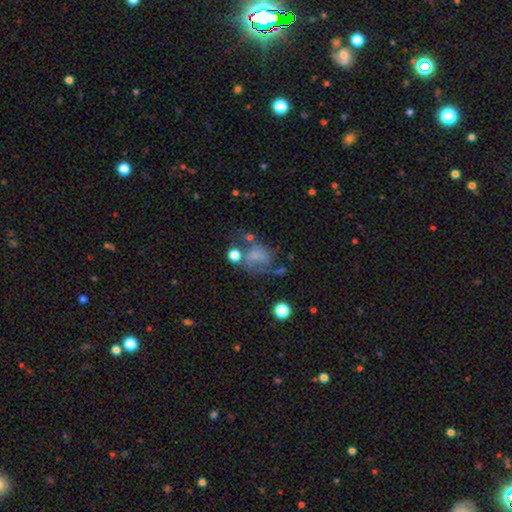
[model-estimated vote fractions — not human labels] This is possibly a smooth galaxy (48%). Merging: marginally major disturbance (37%).